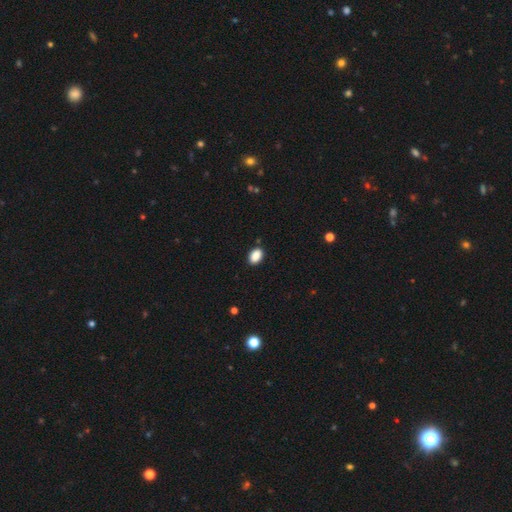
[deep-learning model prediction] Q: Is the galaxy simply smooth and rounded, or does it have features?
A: smooth — 89%.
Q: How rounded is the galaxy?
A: in between — 86%.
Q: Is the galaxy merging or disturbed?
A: none — 87%.